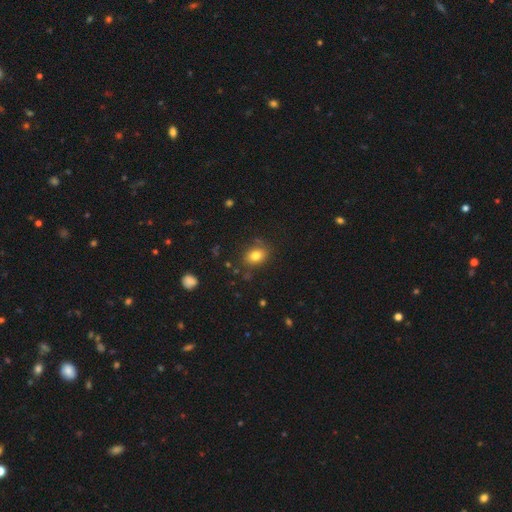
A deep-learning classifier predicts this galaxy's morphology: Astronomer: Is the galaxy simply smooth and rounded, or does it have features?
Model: smooth — 81%.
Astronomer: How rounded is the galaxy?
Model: in between — 64%.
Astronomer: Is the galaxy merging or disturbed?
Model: none — 80%.